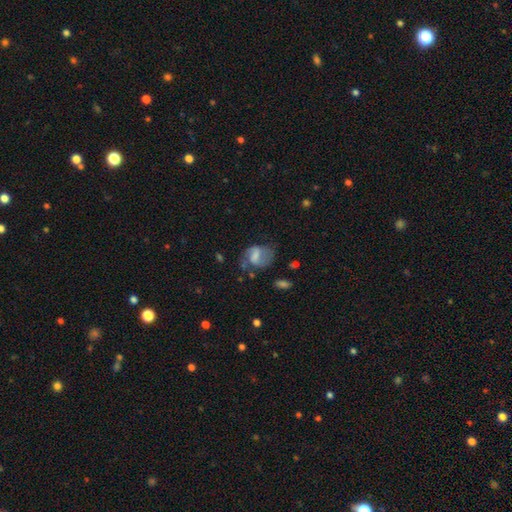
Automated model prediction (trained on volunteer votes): Morphology: type=featured or disk (52%); edge-on=no (97%); bar=weak (46%); spiral arms=yes (74%); bulge=none (32%); merging=none (47%).